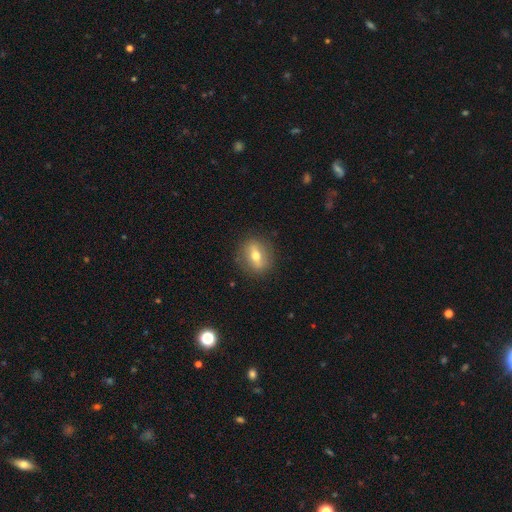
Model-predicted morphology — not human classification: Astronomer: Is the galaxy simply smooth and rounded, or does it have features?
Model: featured or disk — 46% (runner-up: smooth, 45%).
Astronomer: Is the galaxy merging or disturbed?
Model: none — 87%.